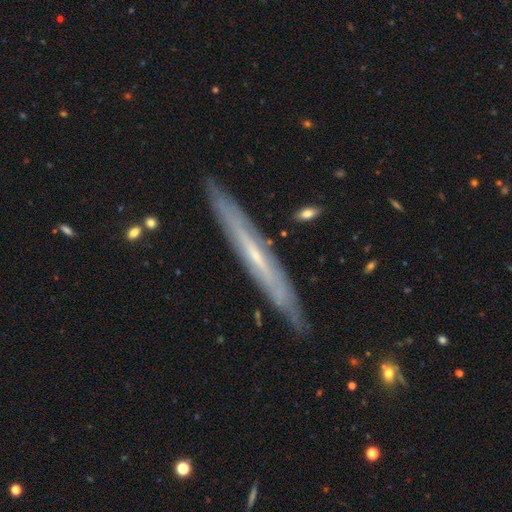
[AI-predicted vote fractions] Overall: featured or disk (71%). Edge-on disk: yes (84%). Edge-on bulge: none (66%; rounded 30%). Merging: none (85%).